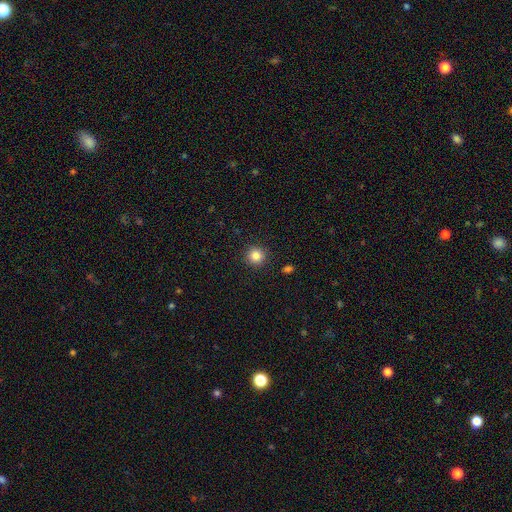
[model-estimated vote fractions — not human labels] Overall: smooth (85%). How rounded: round (94%). Merging: none (92%).